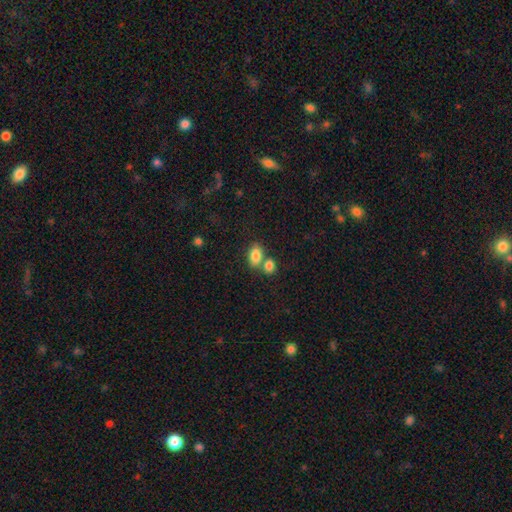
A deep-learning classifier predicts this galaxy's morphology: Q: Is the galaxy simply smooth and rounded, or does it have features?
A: smooth — 83%.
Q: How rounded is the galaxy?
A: in between — 85%.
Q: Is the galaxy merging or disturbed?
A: none — 45%.